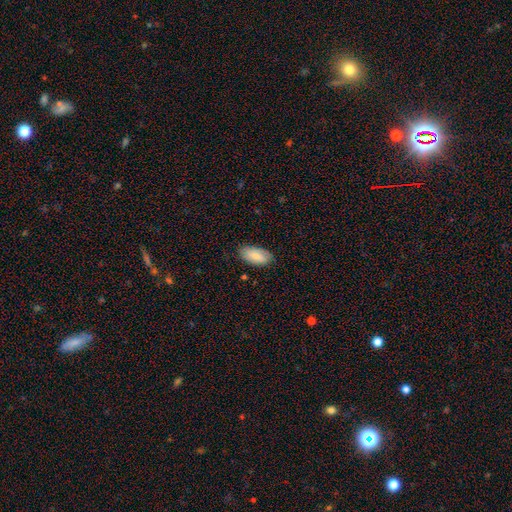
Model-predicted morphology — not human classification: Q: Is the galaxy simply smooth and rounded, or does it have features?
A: smooth — 80%.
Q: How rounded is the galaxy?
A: in between — 93%.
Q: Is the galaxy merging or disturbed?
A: none — 80%.